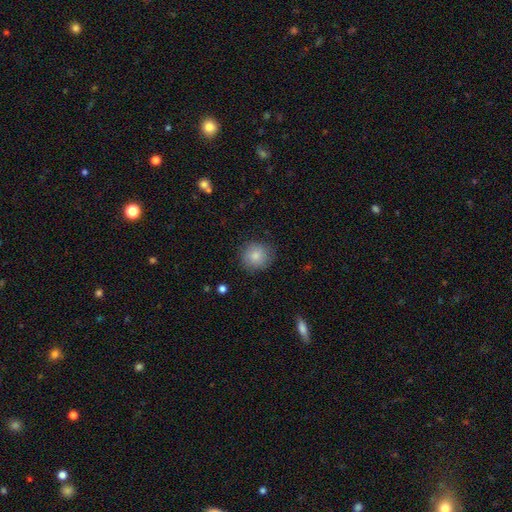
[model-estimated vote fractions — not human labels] A smooth galaxy with no disk features (83%) that is round (90%).

Vote fractions:
- Smooth or featured? smooth: 83% / featured or disk: 9% / star or artifact: 8%
- How rounded? round: 90% / in between: 9% / cigar-shaped: 1%
- Merging? none: 83% / minor disturbance: 12% / major disturbance: 3% / merger: 1%